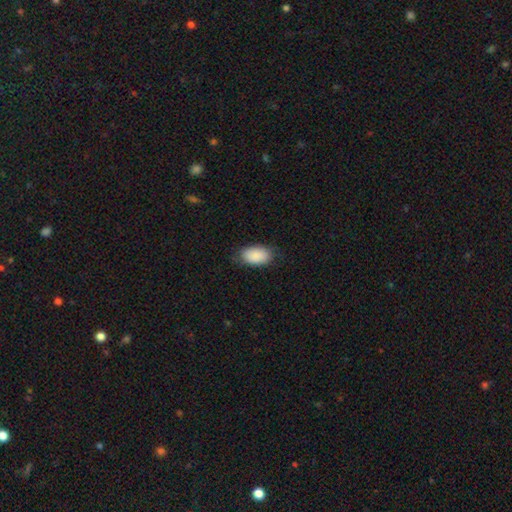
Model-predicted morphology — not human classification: Q: Smooth or featured?
A: smooth (90%); runner-up: star or artifact (6%)
Q: How rounded?
A: in between (94%); runner-up: round (4%)
Q: Merging?
A: none (80%); runner-up: minor disturbance (16%)